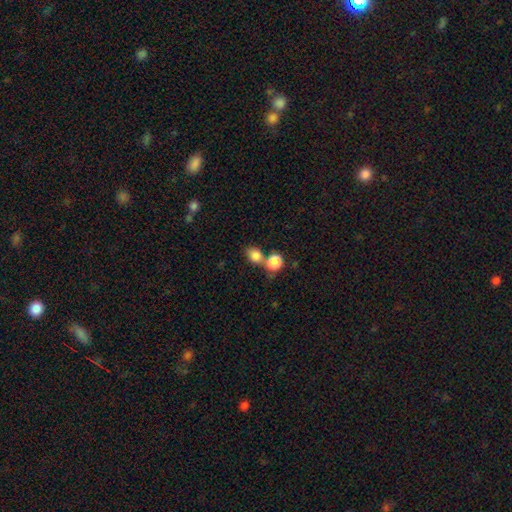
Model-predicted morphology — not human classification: Smooth or featured? Predicted: smooth (p=0.82). How rounded? Predicted: round (p=0.58). Merging? Predicted: none (p=0.47).